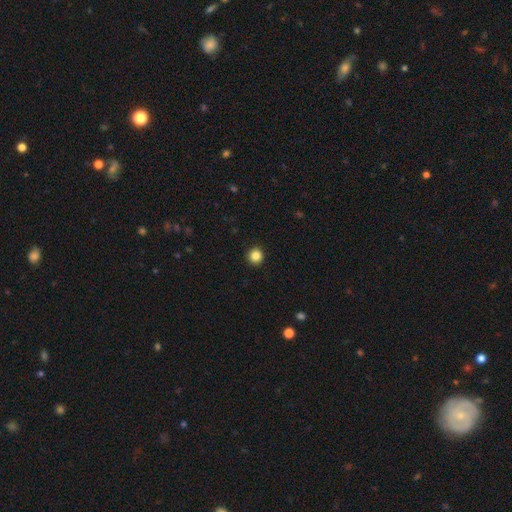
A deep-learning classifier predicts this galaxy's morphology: Smooth or featured? Predicted: smooth (p=0.85). How rounded? Predicted: round (p=0.95). Merging? Predicted: none (p=0.93).